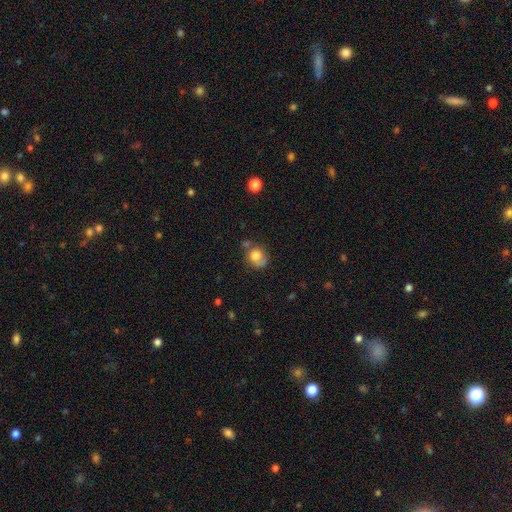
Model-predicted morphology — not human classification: Smooth or featured? Predicted: smooth (p=0.74). How rounded? Predicted: round (p=0.66). Merging? Predicted: none (p=0.49).